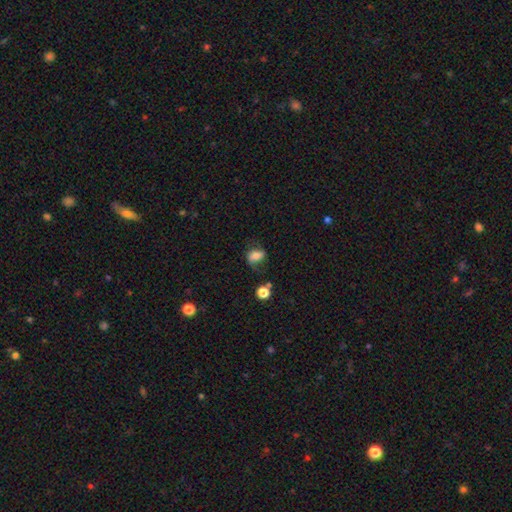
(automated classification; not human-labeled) Overall: smooth (60%; featured or disk 28%). How rounded: in between (70%). Merging: none (53%; minor disturbance 27%).